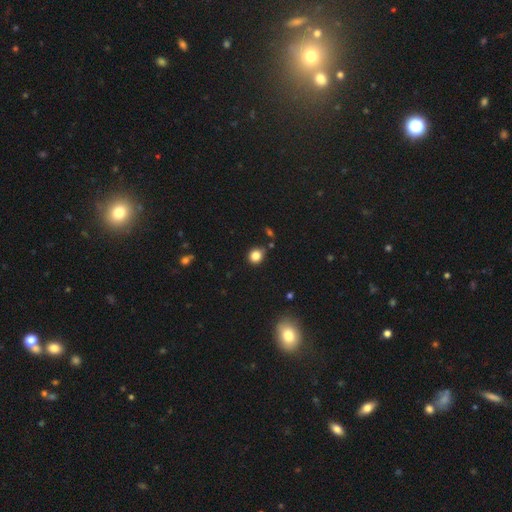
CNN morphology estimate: type=smooth (84%); roundness=round (77%); merging=none (81%).